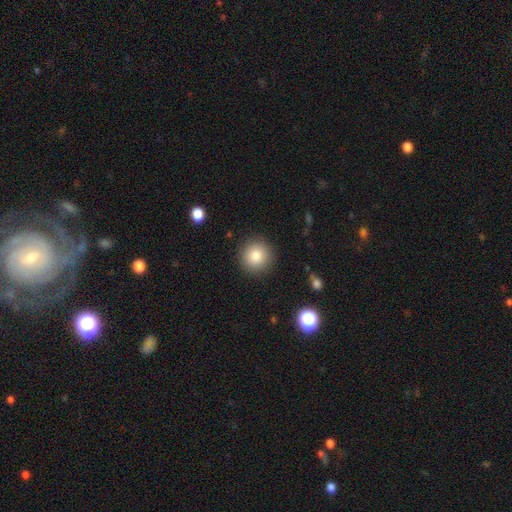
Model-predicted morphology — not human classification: A smooth galaxy with no disk features (83%) that is round (94%). Merging: none (90%).